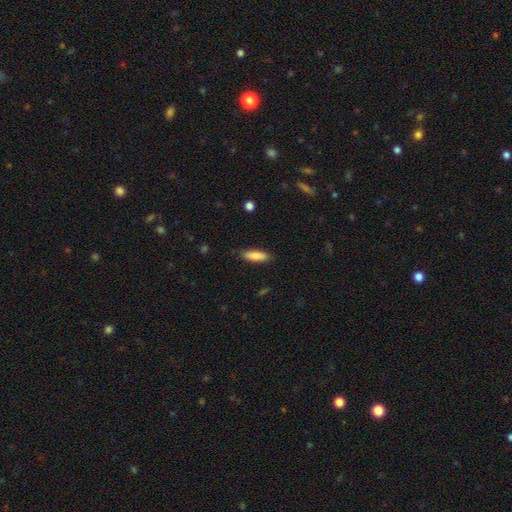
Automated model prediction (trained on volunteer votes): Smooth or featured: smooth — 87% (featured or disk — 7%)
How rounded: in between — 51% (cigar-shaped — 48%)
Merging: none — 87% (minor disturbance — 10%)